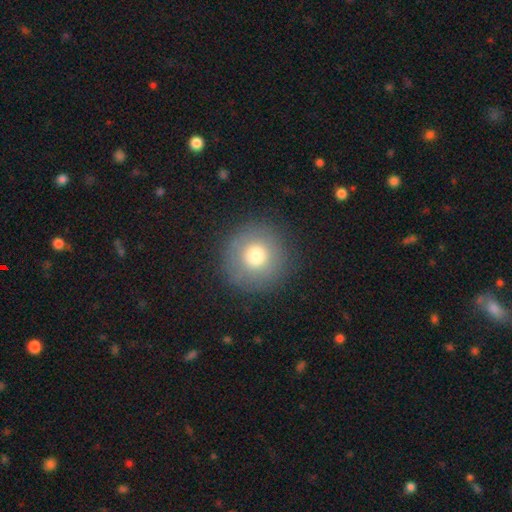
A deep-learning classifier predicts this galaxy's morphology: Q: Smooth or featured?
A: smooth (75%); runner-up: featured or disk (14%)
Q: How rounded?
A: round (95%); runner-up: in between (4%)
Q: Merging?
A: none (88%); runner-up: minor disturbance (7%)